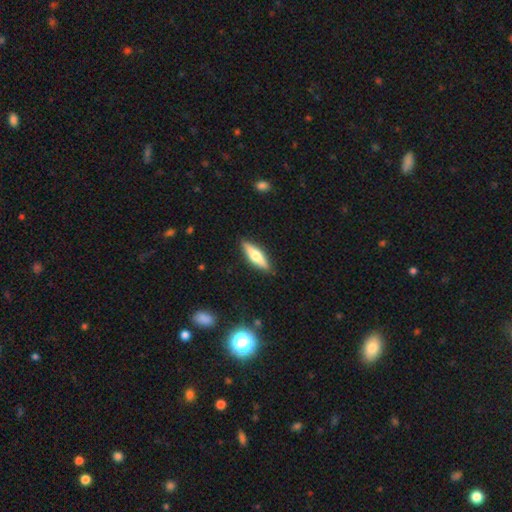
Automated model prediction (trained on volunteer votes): Overall: smooth (49%; featured or disk 45%). Merging: none (89%).